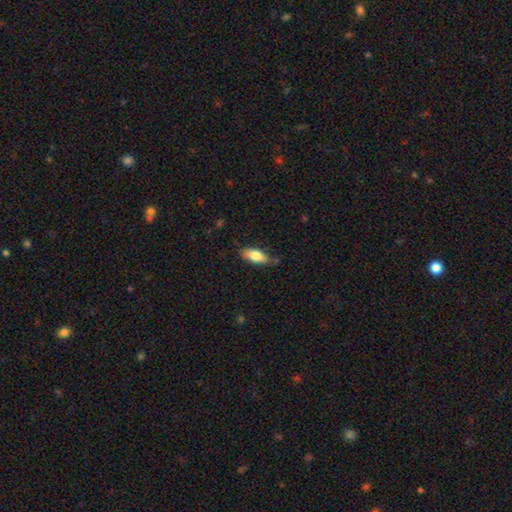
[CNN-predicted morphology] smooth_or_featured: smooth (p=0.77) [alt: featured or disk p=0.16]
how_rounded: in between (p=0.78) [alt: cigar-shaped p=0.19]
merging: none (p=0.70) [alt: minor disturbance p=0.23]